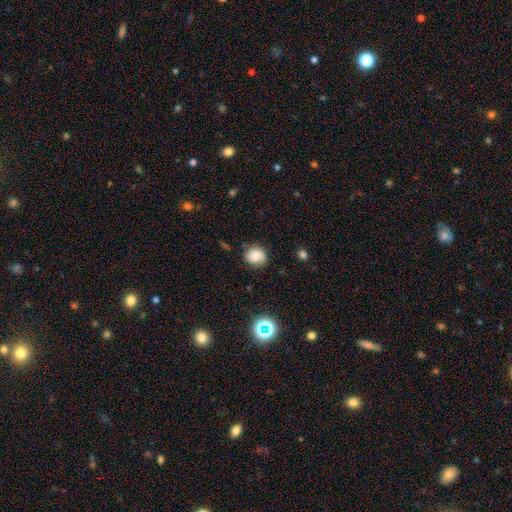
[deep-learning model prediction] Smooth or featured? Predicted: smooth (p=0.67). How rounded? Predicted: round (p=0.76). Merging? Predicted: none (p=0.72).